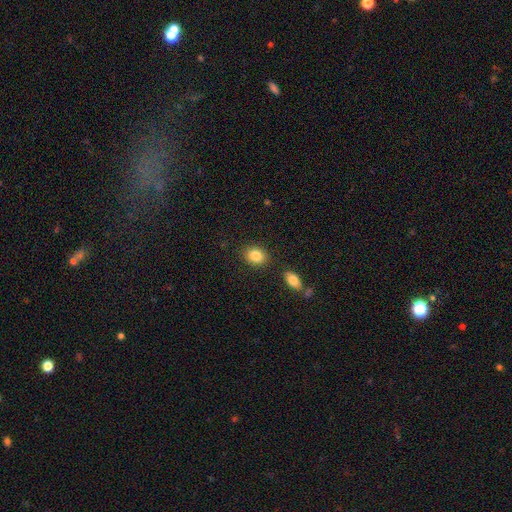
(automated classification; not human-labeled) smooth_or_featured: smooth (p=0.85) [alt: star or artifact p=0.08]
how_rounded: in between (p=0.54) [alt: round p=0.45]
merging: none (p=0.84) [alt: minor disturbance p=0.09]